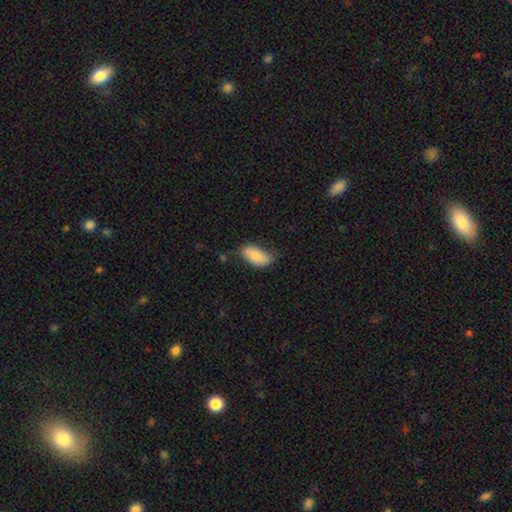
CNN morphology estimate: Q: Smooth or featured?
A: smooth (83%); runner-up: featured or disk (11%)
Q: How rounded?
A: in between (92%); runner-up: cigar-shaped (5%)
Q: Merging?
A: none (62%); runner-up: minor disturbance (30%)